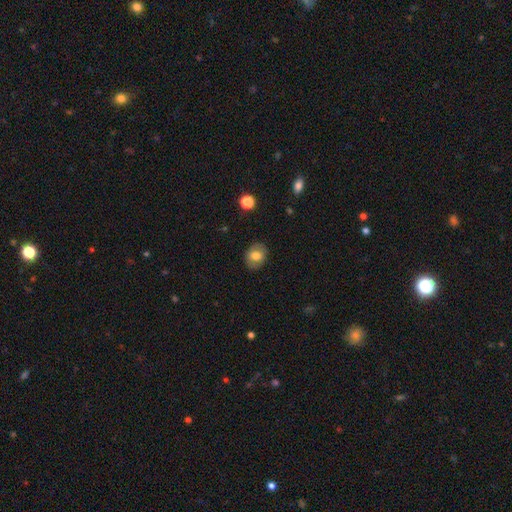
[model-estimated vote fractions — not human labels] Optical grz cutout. It shows a smooth galaxy with no disk features (72%) that is in between round and cigar-shaped (53%). Merging: none (86%).